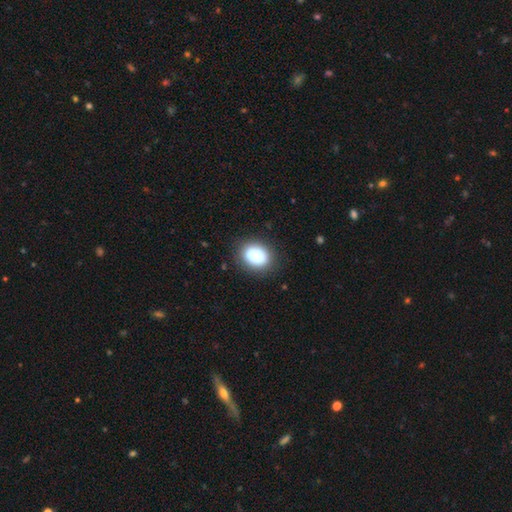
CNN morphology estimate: Overall: smooth (80%). How rounded: round (54%; in between 46%). Merging: none (83%).